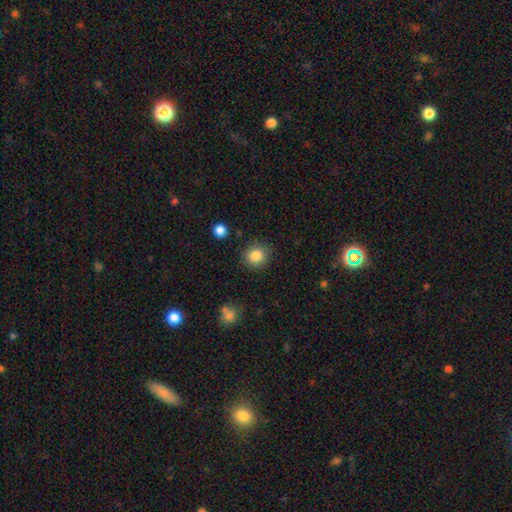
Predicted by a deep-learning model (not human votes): This is clearly a smooth galaxy (86%). How rounded: clearly round (87%). Merging: clearly none (85%).